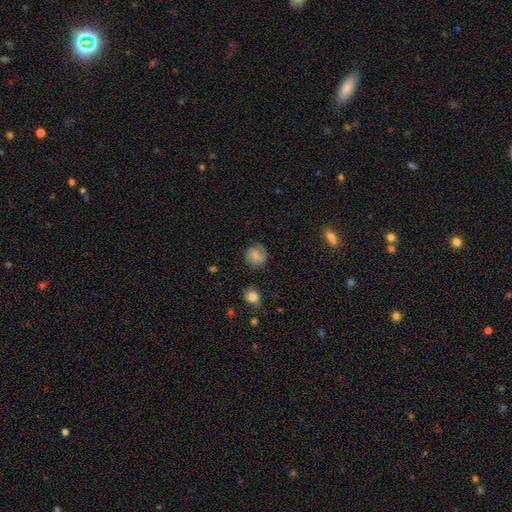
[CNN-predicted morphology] Smooth or featured: smooth — 65% (featured or disk — 25%)
How rounded: round — 82% (in between — 17%)
Merging: none — 71% (minor disturbance — 19%)